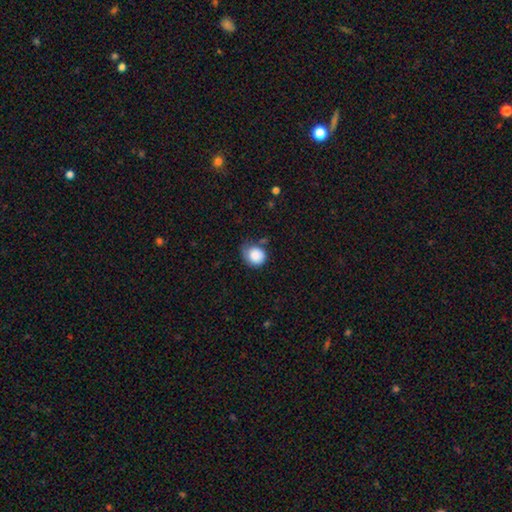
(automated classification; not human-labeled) Smooth or featured? Predicted: smooth (p=0.86). How rounded? Predicted: round (p=0.76). Merging? Predicted: none (p=0.49).